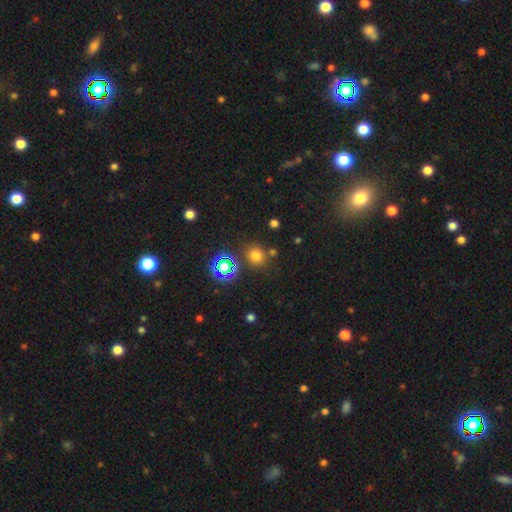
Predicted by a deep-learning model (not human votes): smooth 71%, star or artifact 24%, featured or disk 5%. Down the decision tree: how rounded — round (83%); merging — none (79%).